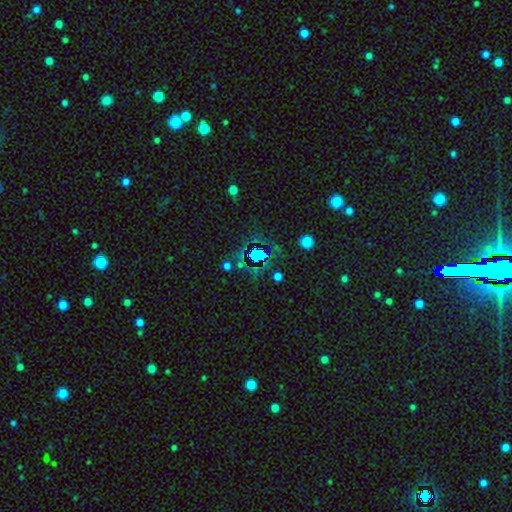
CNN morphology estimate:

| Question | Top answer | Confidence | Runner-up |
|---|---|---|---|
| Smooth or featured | star or artifact | 63% | smooth (25%) |